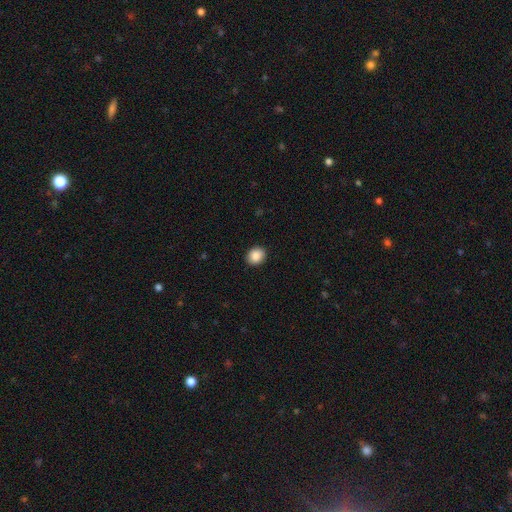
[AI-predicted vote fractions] Smooth or featured? Predicted: smooth (p=0.88). How rounded? Predicted: round (p=0.63). Merging? Predicted: none (p=0.91).